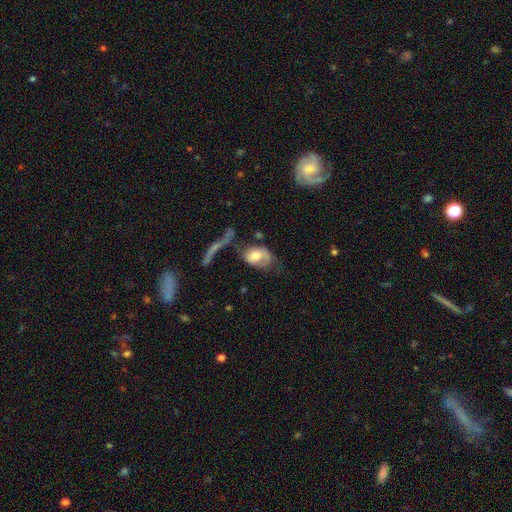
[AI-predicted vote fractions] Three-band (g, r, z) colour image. It shows a smooth galaxy with no disk features (51%) that is in between round and cigar-shaped (80%). Merging: none (32%).